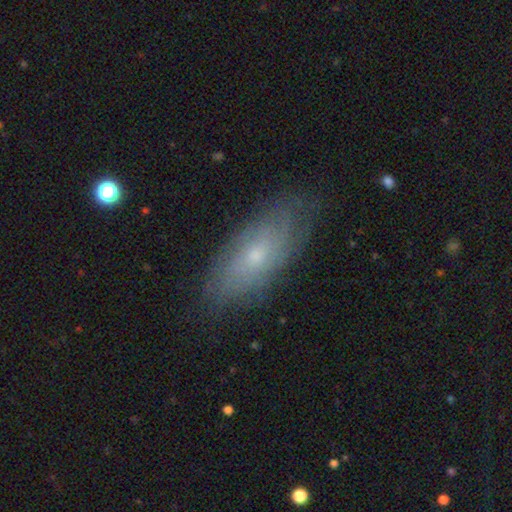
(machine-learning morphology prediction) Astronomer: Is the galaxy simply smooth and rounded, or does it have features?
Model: featured or disk — 49% (runner-up: smooth, 42%).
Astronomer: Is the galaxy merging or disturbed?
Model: none — 78%.